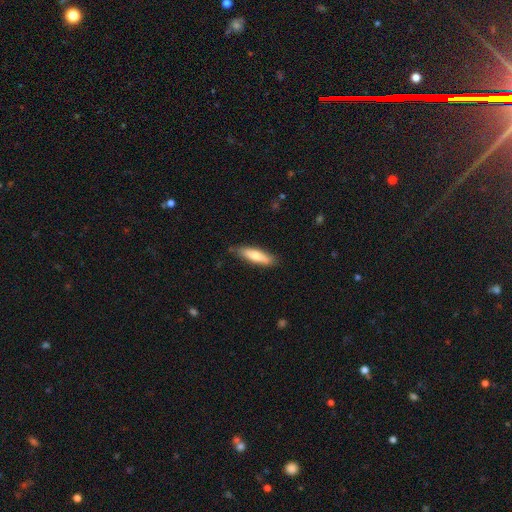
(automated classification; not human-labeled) This is likely a smooth galaxy (73%). How rounded: likely cigar-shaped (63%). Merging: clearly none (83%).